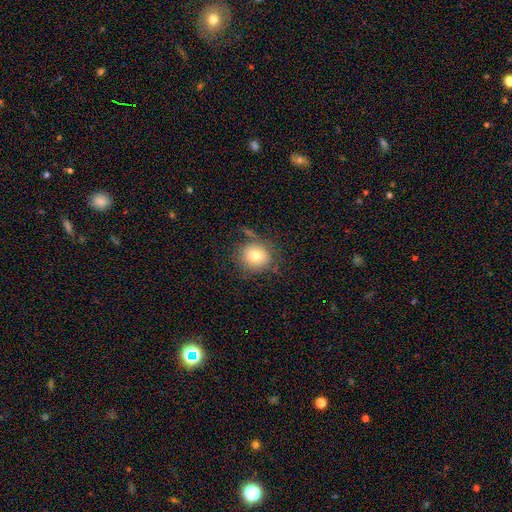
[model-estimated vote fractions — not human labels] smooth-or-featured: smooth: 74% | featured or disk: 14% | star or artifact: 12%
  how-rounded: round: 87% | in between: 12% | cigar-shaped: 1%
  merging: none: 71% | minor disturbance: 17% | major disturbance: 8% | merger: 5%